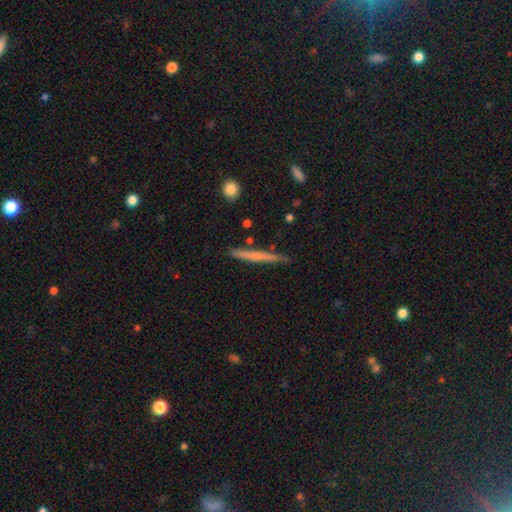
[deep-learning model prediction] This appears to be a smooth galaxy with no disk features (53%) that is cigar-shaped (96%). Merging: none (85%).